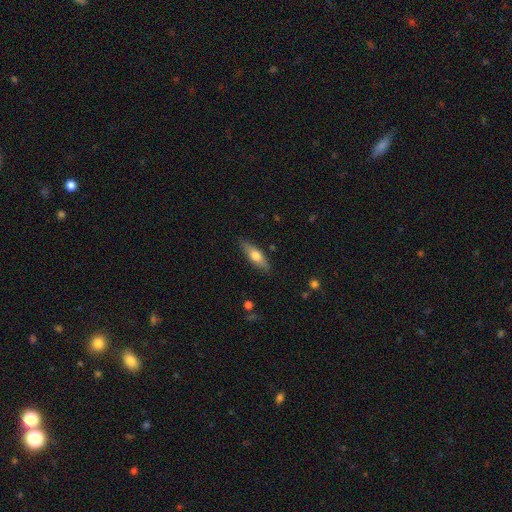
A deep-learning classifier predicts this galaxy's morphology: A smooth galaxy with no disk features (60%) that is cigar-shaped (50%). Merging: none (86%).